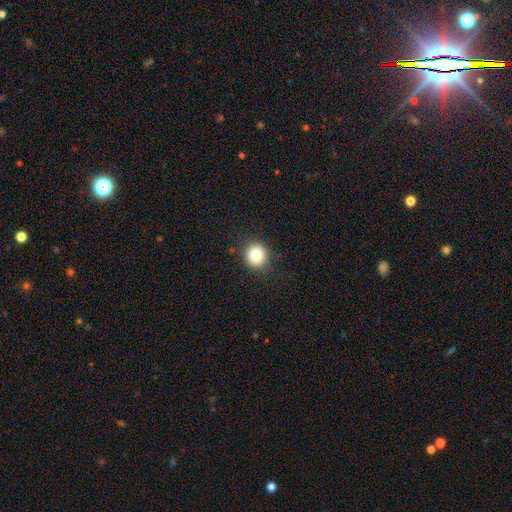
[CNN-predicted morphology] smooth_or_featured: smooth (p=0.86) [alt: star or artifact p=0.10]
how_rounded: round (p=0.86) [alt: in between p=0.13]
merging: none (p=0.88) [alt: minor disturbance p=0.08]